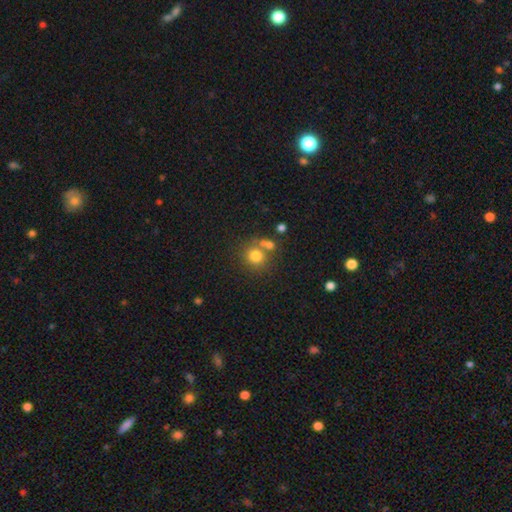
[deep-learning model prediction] This is likely a smooth galaxy (77%). How rounded: clearly round (83%). Merging: possibly none (57%).